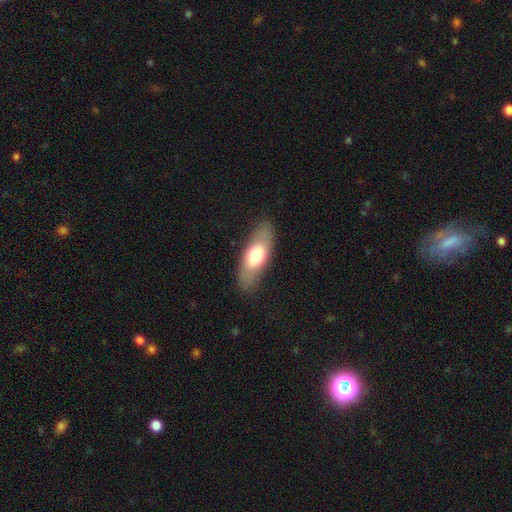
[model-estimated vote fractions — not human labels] This appears to be a smooth galaxy with no disk features (67%) that is in between round and cigar-shaped (71%). Merging: none (84%).